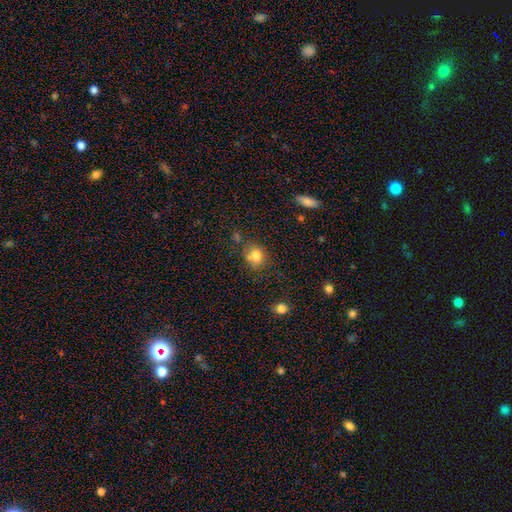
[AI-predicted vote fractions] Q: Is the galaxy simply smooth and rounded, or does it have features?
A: smooth — 78%.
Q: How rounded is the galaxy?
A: round — 69%.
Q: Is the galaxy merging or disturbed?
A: none — 57%.